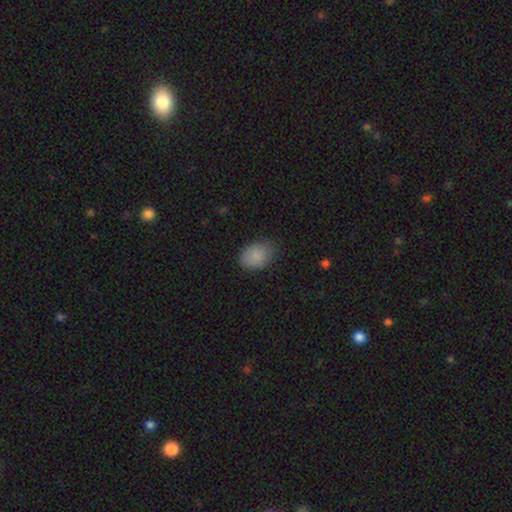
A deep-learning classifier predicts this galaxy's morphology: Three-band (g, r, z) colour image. It shows a smooth galaxy with no disk features (87%) that is in between round and cigar-shaped (77%). Merging: none (77%).